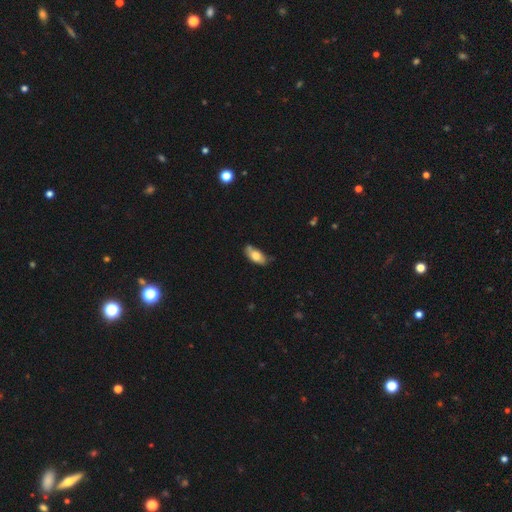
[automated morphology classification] Smooth or featured? Predicted: smooth (p=0.73). How rounded? Predicted: in between (p=0.86). Merging? Predicted: none (p=0.62).